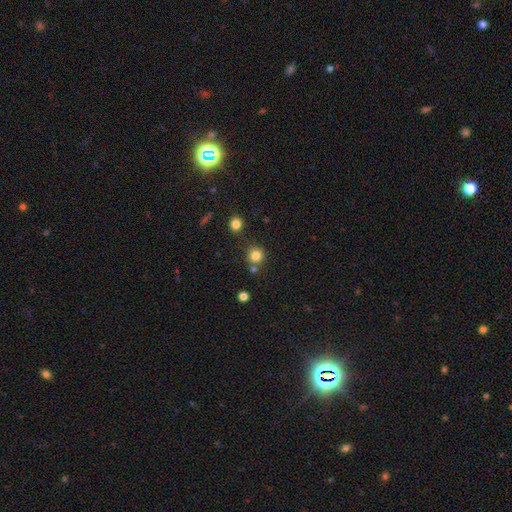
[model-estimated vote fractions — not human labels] The model was most divided on "merging": none: 74%, merger: 14%, minor disturbance: 9%, major disturbance: 3%. More confident: how rounded — round (92%); smooth or featured — smooth (82%).